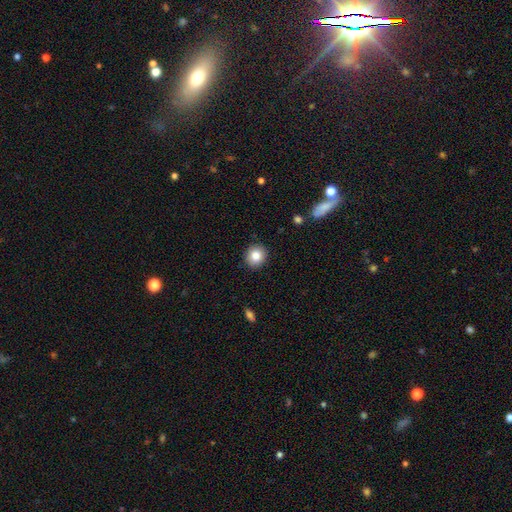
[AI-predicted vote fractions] Q: Smooth or featured?
A: smooth (83%); runner-up: star or artifact (9%)
Q: How rounded?
A: round (85%); runner-up: in between (14%)
Q: Merging?
A: none (91%); runner-up: minor disturbance (6%)